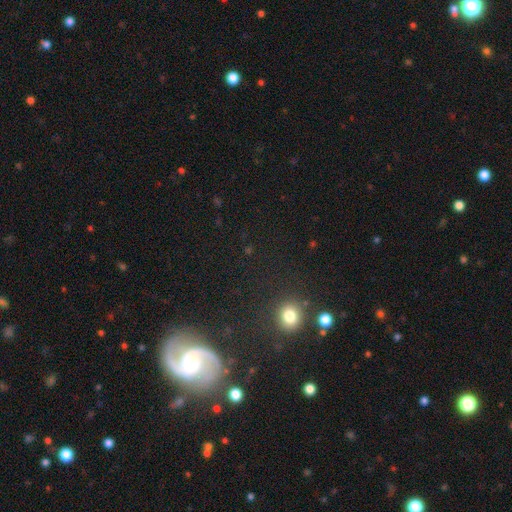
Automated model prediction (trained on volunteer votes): Smooth or featured?
  - featured or disk: 52% *
  - star or artifact: 25%
  - smooth: 23%
Edge-on disk?
  - no: 92% *
  - yes: 8%
Merging?
  - none: 75% *
  - minor disturbance: 12%
  - major disturbance: 8%
  - merger: 6%